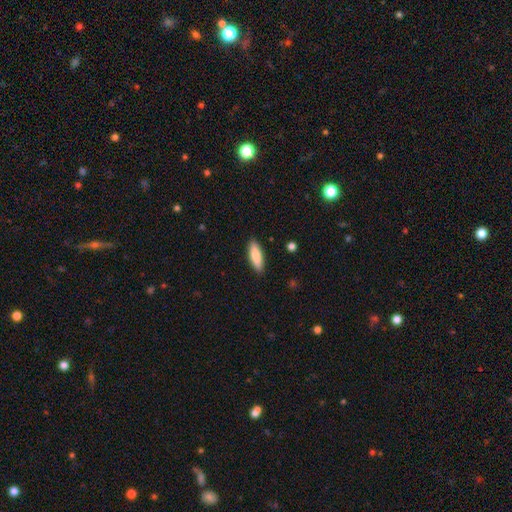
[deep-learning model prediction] Smooth or featured?
  - smooth: 83% *
  - featured or disk: 11%
  - star or artifact: 5%
How rounded?
  - in between: 50% *
  - cigar-shaped: 48%
  - round: 2%
Merging?
  - none: 89% *
  - minor disturbance: 8%
  - major disturbance: 2%
  - merger: 1%